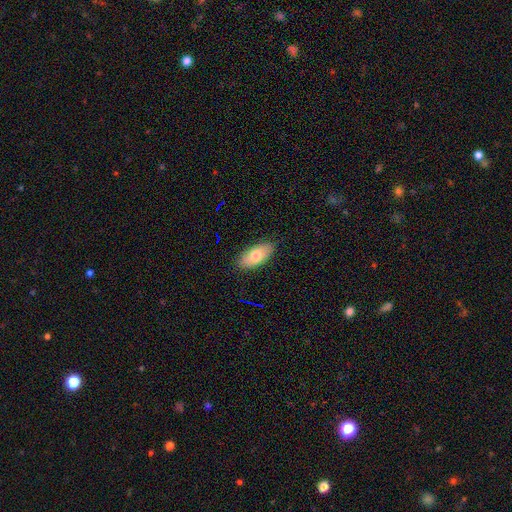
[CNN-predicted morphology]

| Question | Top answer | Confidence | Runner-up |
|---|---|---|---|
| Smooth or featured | smooth | 77% | featured or disk (17%) |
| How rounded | in between | 91% | cigar-shaped (7%) |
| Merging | none | 85% | minor disturbance (12%) |